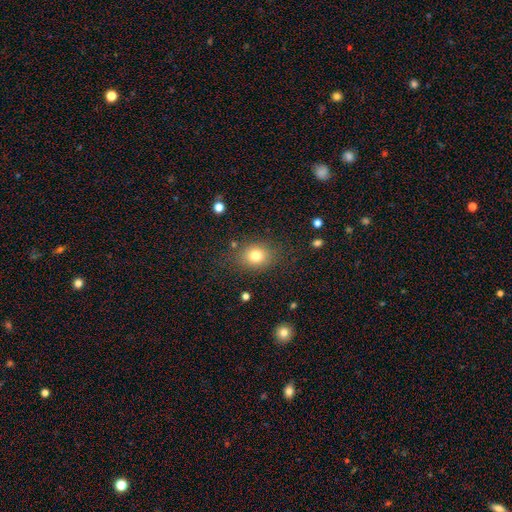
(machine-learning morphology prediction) smooth_or_featured: smooth (p=0.78) [alt: star or artifact p=0.12]
how_rounded: round (p=0.58) [alt: in between p=0.41]
merging: none (p=0.81) [alt: minor disturbance p=0.12]